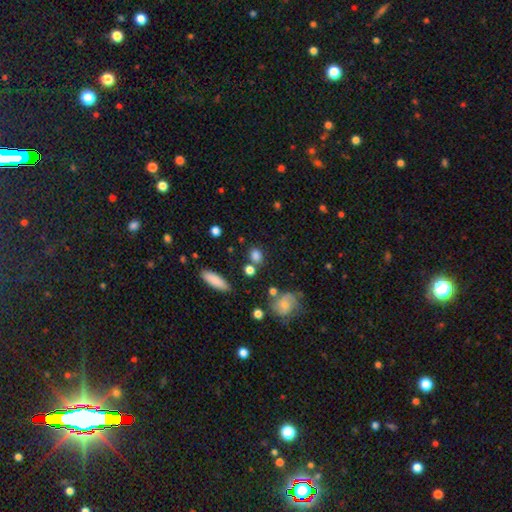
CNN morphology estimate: smooth 80%, star or artifact 12%, featured or disk 8%. Down the decision tree: how rounded — round (54%); merging — none (70%).